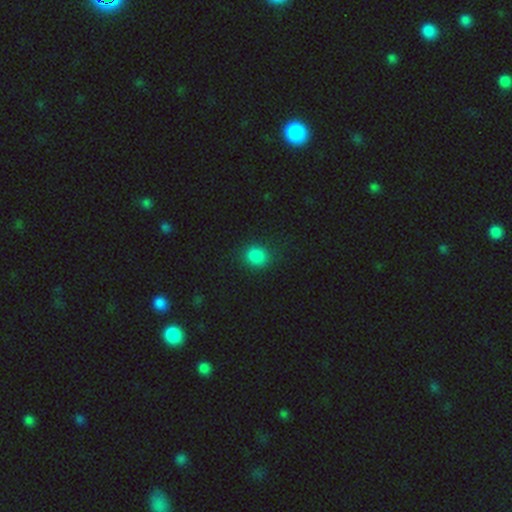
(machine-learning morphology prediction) Overall: smooth (84%). How rounded: round (66%; in between 33%). Merging: none (85%).